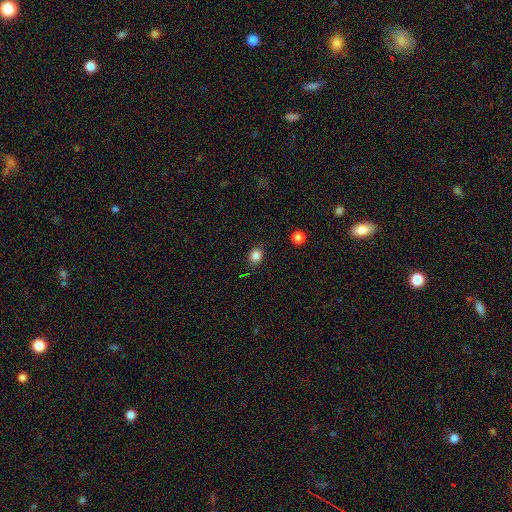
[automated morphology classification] A smooth galaxy with no disk features (84%) that is round (65%). Merging: none (83%).